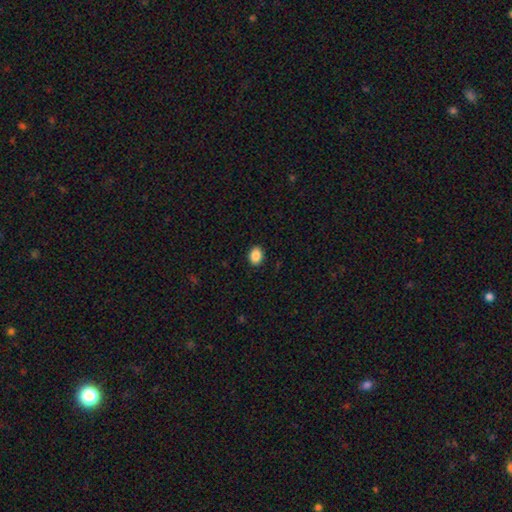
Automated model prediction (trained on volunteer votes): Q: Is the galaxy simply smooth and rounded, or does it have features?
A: smooth — 89%.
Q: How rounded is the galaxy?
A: in between — 71%.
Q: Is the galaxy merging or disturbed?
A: none — 90%.